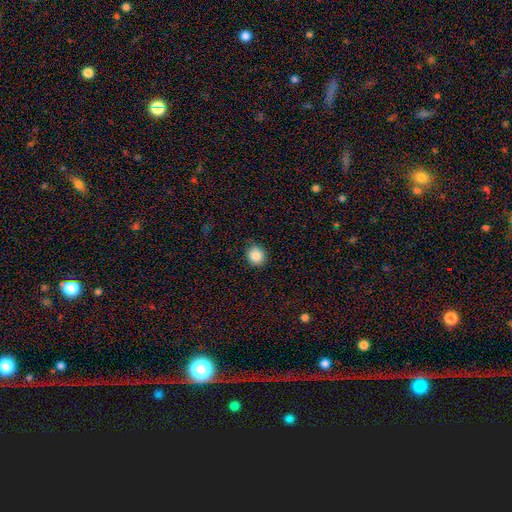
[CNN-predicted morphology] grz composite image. It shows a smooth galaxy with no disk features (86%) that is round (82%). Merging: none (83%).